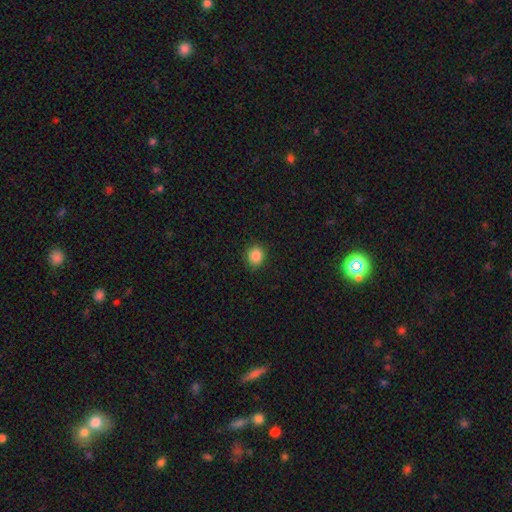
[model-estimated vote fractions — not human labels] This appears to be a smooth galaxy with no disk features (86%) that is round (77%). Merging: none (90%).